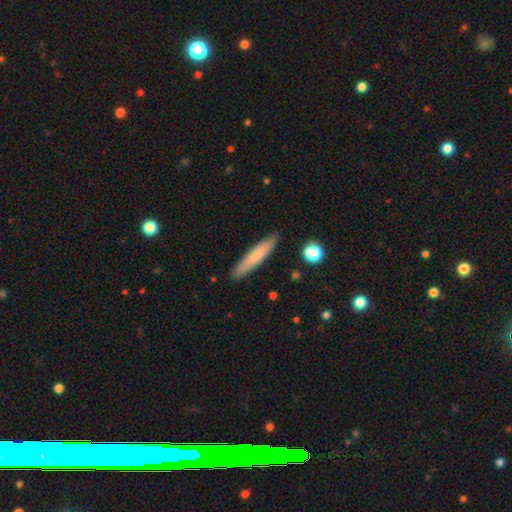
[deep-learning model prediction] The model was most divided on "smooth or featured": smooth: 71%, featured or disk: 23%, star or artifact: 6%. More confident: how rounded — cigar-shaped (91%); merging — none (89%).